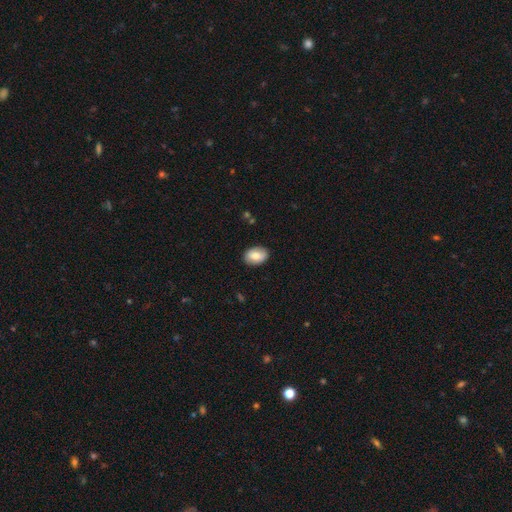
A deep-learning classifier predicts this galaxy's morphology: Smooth or featured?
  - smooth: 76% *
  - featured or disk: 17%
  - star or artifact: 7%
How rounded?
  - in between: 81% *
  - round: 17%
  - cigar-shaped: 1%
Merging?
  - none: 87% *
  - minor disturbance: 9%
  - major disturbance: 2%
  - merger: 1%